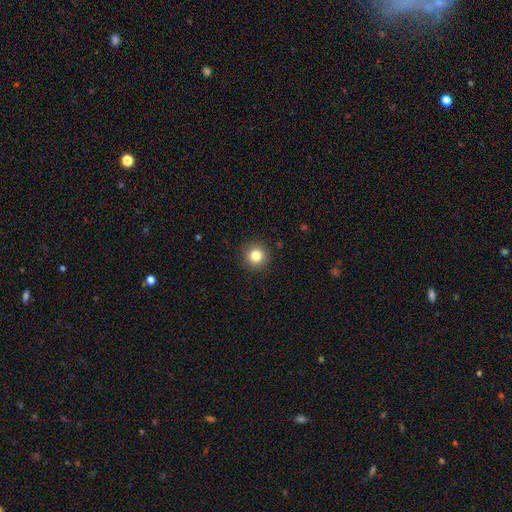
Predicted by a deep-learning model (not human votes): This is clearly a smooth galaxy (83%). How rounded: clearly round (95%). Merging: clearly none (91%).